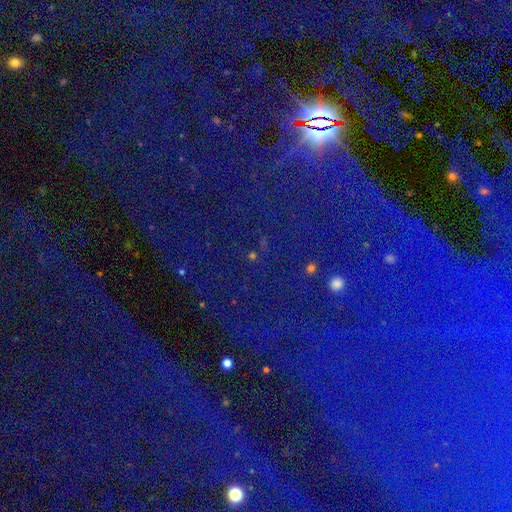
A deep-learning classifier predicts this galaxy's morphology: smooth_or_featured: star or artifact (p=0.86) [alt: smooth p=0.08]